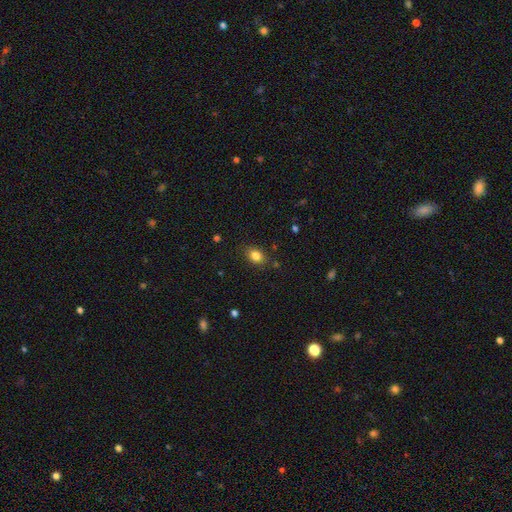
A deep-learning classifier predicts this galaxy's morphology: smooth-or-featured: smooth: 82% | star or artifact: 11% | featured or disk: 7%
  how-rounded: in between: 66% | round: 33% | cigar-shaped: 1%
  merging: none: 83% | minor disturbance: 12% | major disturbance: 3% | merger: 2%